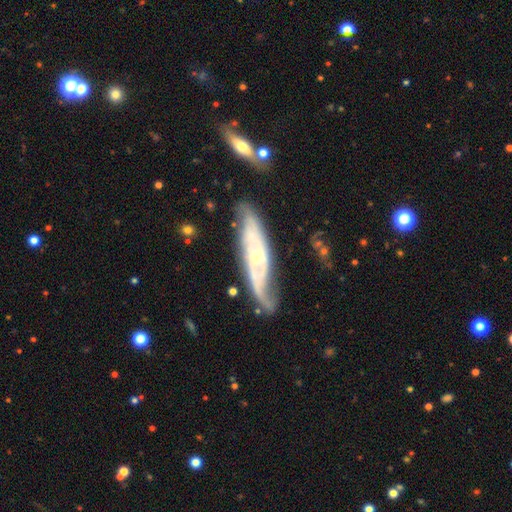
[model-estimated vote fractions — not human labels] A featured or disk galaxy (82%) with no bar (53%), 2 (50%) tight (46%) spiral arms (93%) and a small central bulge (62%). Merging: none (67%).